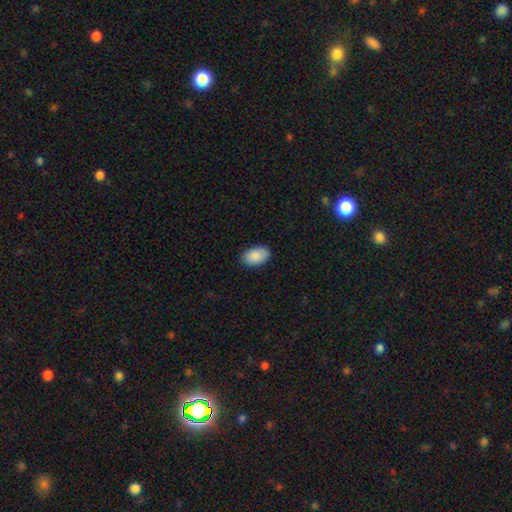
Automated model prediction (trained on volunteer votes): smooth-or-featured: smooth: 89% | star or artifact: 6% | featured or disk: 5%
  how-rounded: in between: 93% | round: 6% | cigar-shaped: 1%
  merging: none: 87% | minor disturbance: 10% | major disturbance: 2% | merger: 1%